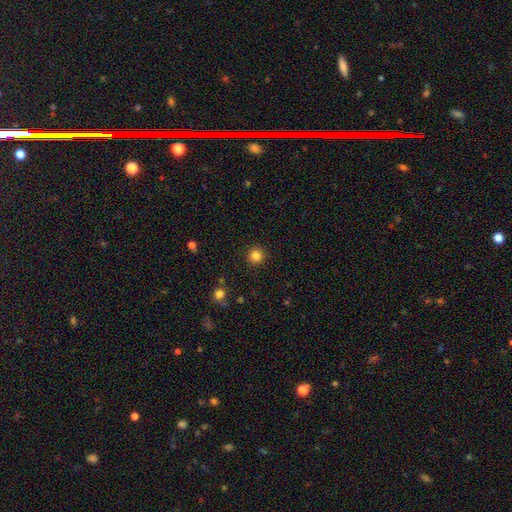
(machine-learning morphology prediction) A smooth galaxy with no disk features (84%) that is round (94%).

Vote fractions:
- Smooth or featured? smooth: 84% / star or artifact: 12% / featured or disk: 4%
- How rounded? round: 94% / in between: 5% / cigar-shaped: 1%
- Merging? none: 92% / minor disturbance: 5% / major disturbance: 2% / merger: 1%